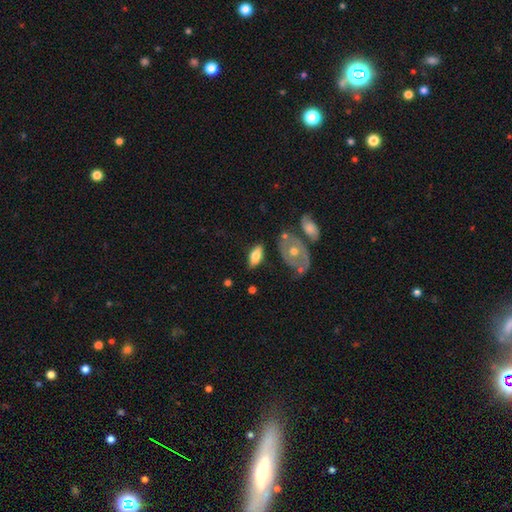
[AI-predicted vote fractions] smooth-or-featured: smooth: 66% | featured or disk: 28% | star or artifact: 7%
  how-rounded: in between: 86% | cigar-shaped: 11% | round: 3%
  merging: none: 73% | minor disturbance: 16% | merger: 6% | major disturbance: 5%